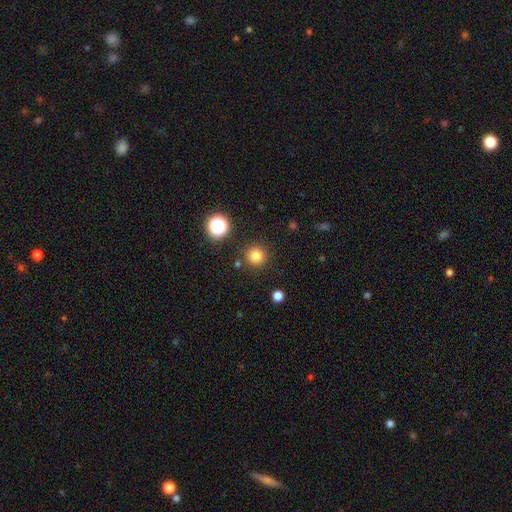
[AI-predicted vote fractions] Morphology: type=smooth (81%); roundness=round (95%); merging=none (88%).